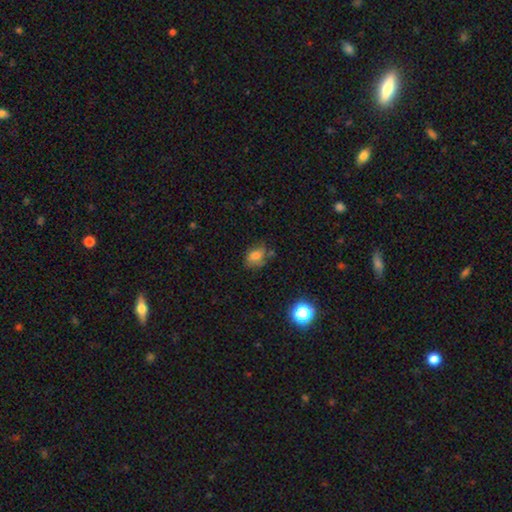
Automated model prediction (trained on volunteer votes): Smooth or featured? Predicted: smooth (p=0.72). How rounded? Predicted: in between (p=0.72). Merging? Predicted: none (p=0.55).